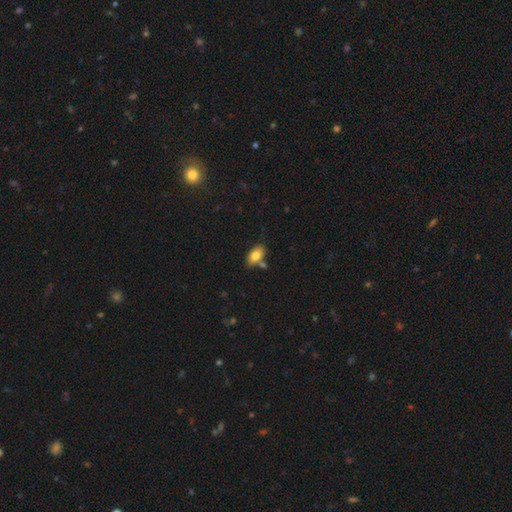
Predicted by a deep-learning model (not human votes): smooth-or-featured: smooth: 80% | featured or disk: 12% | star or artifact: 8%
  how-rounded: in between: 92% | round: 5% | cigar-shaped: 3%
  merging: none: 70% | minor disturbance: 14% | merger: 13% | major disturbance: 3%